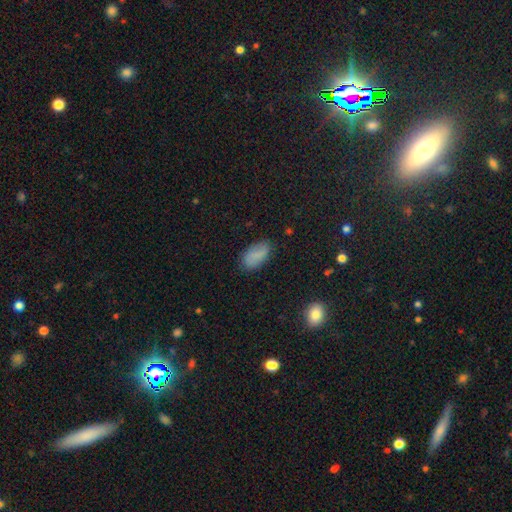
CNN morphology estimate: Q: Smooth or featured?
A: smooth (82%); runner-up: star or artifact (9%)
Q: How rounded?
A: in between (94%); runner-up: round (3%)
Q: Merging?
A: none (78%); runner-up: minor disturbance (17%)